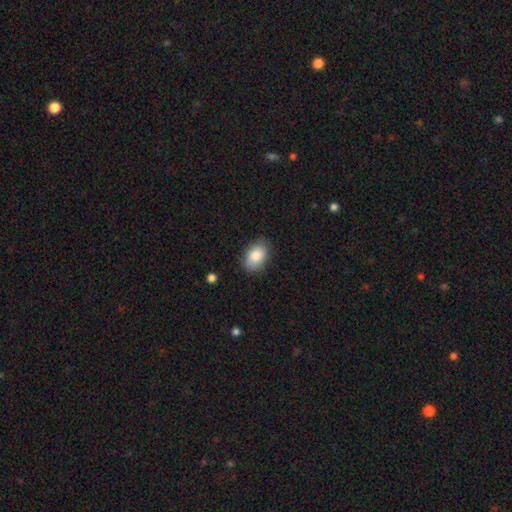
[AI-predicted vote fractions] Smooth or featured? smooth (86%)
How rounded? in between (86%)
Merging? none (84%)